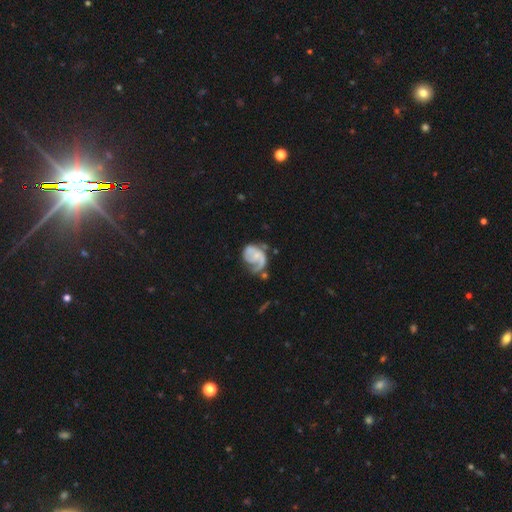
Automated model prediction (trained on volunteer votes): featured or disk 78%, smooth 16%, star or artifact 6%. Down the decision tree: edge-on disk — no (98%); bar — no (67%); spiral arms — yes (92%); spiral arm count — 2 (45%); spiral winding — medium (40%); bulge size — small (50%); merging — none (39%).